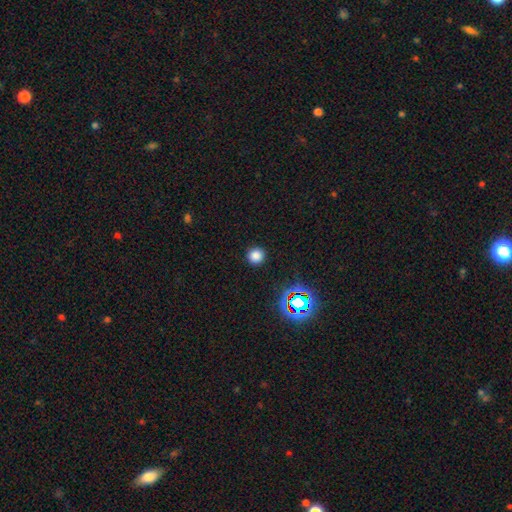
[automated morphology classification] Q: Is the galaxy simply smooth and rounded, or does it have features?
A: smooth — 79%.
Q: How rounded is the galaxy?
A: round — 94%.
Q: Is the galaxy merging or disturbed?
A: none — 91%.